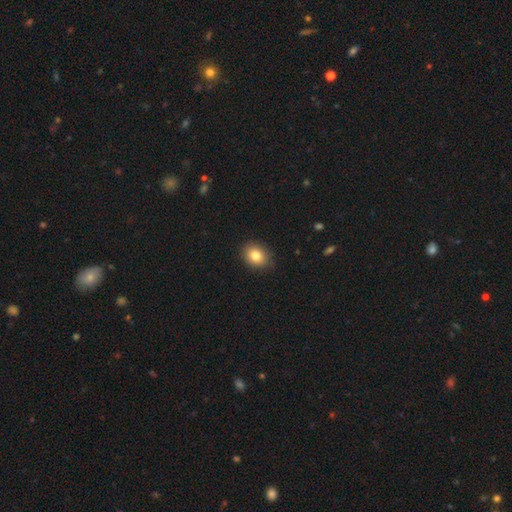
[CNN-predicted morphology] Q: Smooth or featured?
A: smooth (82%); runner-up: star or artifact (10%)
Q: How rounded?
A: in between (51%); runner-up: round (48%)
Q: Merging?
A: none (87%); runner-up: minor disturbance (10%)